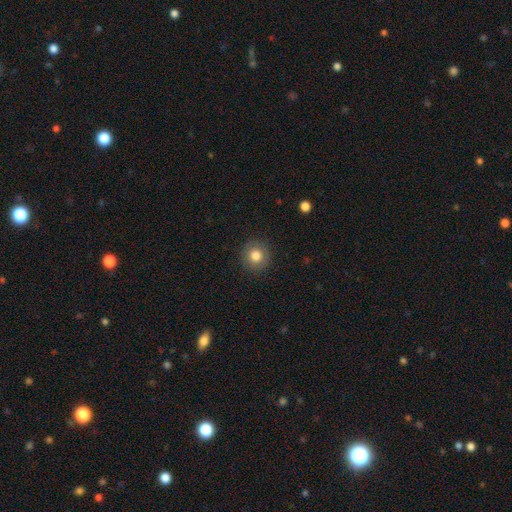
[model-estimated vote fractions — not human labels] Smooth or featured: smooth — 81% (star or artifact — 10%)
How rounded: round — 92% (in between — 7%)
Merging: none — 90% (minor disturbance — 6%)